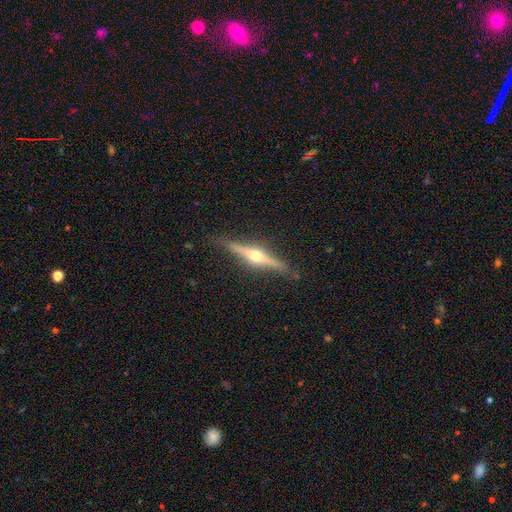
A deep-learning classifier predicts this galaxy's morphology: featured or disk 82%, smooth 13%, star or artifact 5%. Down the decision tree: edge-on disk — yes (98%); edge-on bulge — rounded (95%); merging — none (88%).